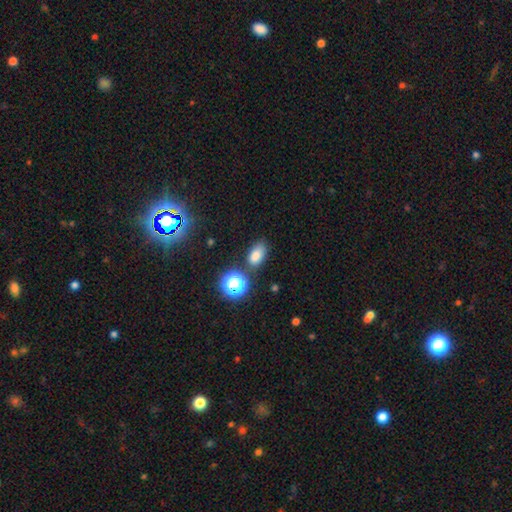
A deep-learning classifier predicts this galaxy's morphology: Smooth or featured: smooth — 76% (star or artifact — 16%)
How rounded: in between — 84% (round — 14%)
Merging: none — 73% (minor disturbance — 15%)